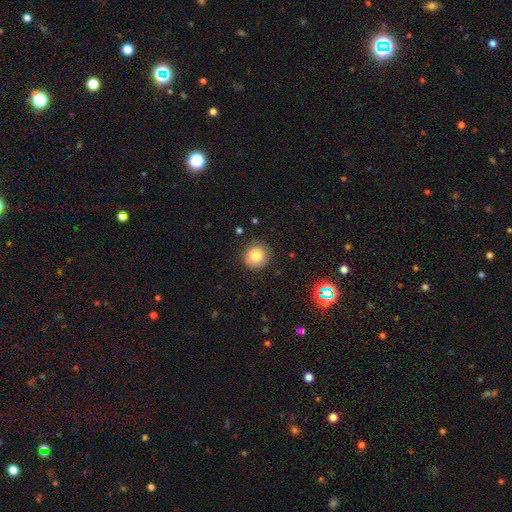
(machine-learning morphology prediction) The model was most divided on "smooth or featured": smooth: 79%, star or artifact: 11%, featured or disk: 10%. More confident: how rounded — round (90%); merging — none (86%).